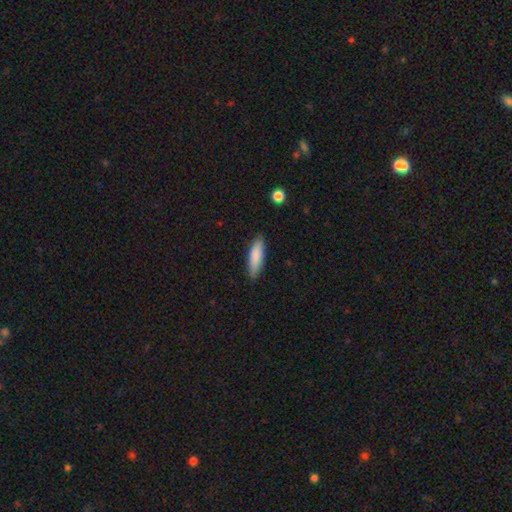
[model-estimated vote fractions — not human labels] Overall: smooth (85%). How rounded: cigar-shaped (55%; in between 43%). Merging: none (87%).